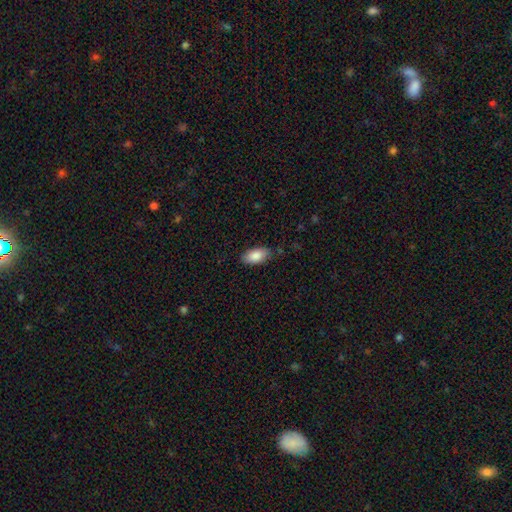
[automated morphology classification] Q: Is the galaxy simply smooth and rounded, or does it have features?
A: smooth — 87%.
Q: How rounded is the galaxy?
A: in between — 94%.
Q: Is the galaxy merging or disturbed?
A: none — 82%.